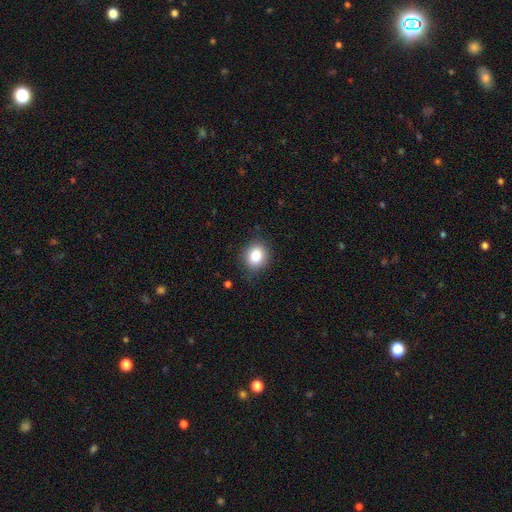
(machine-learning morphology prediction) A smooth galaxy with no disk features (85%) that is round (62%). Merging: none (83%).